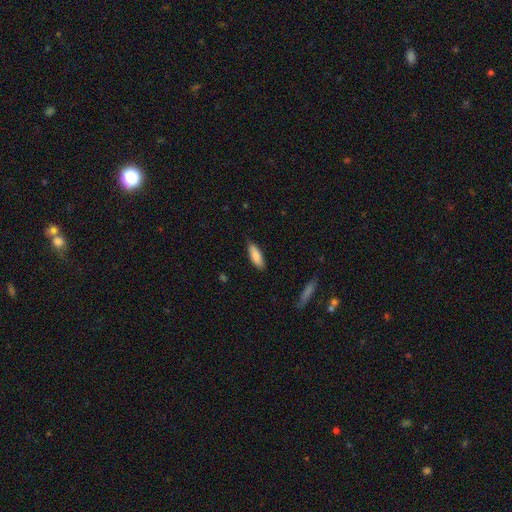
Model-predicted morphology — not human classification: Smooth or featured? Predicted: smooth (p=0.84). How rounded? Predicted: in between (p=0.58). Merging? Predicted: none (p=0.82).